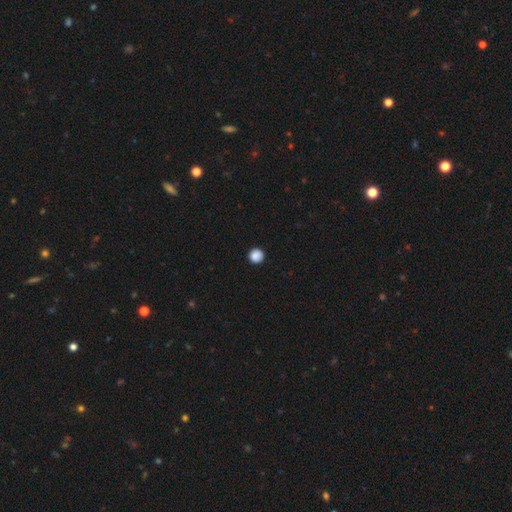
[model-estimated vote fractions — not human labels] Smooth or featured? smooth (88%)
How rounded? round (96%)
Merging? none (93%)